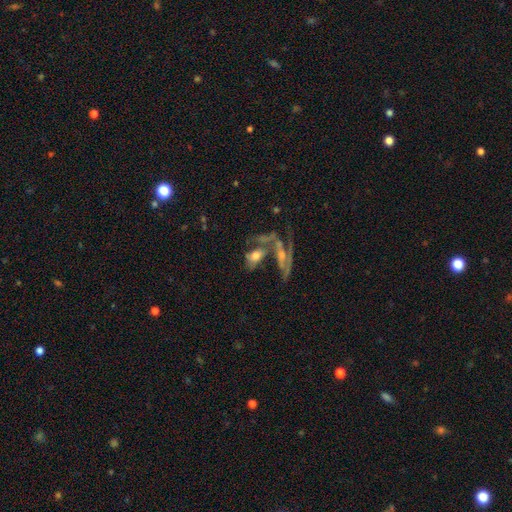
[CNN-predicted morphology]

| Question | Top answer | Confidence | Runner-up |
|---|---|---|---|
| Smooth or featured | smooth | 45% | featured or disk (43%) |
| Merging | merger | 50% | none (22%) |